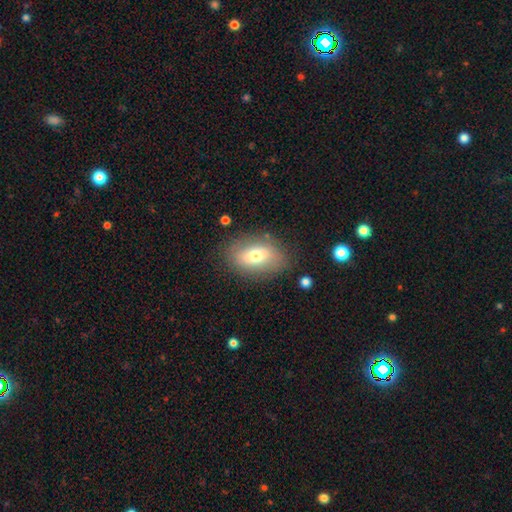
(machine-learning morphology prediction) The model was most divided on "smooth or featured": smooth: 63%, featured or disk: 28%, star or artifact: 9%. More confident: how rounded — in between (83%); merging — none (78%).